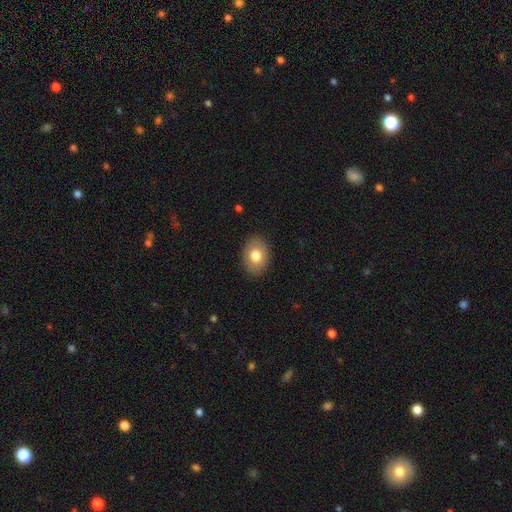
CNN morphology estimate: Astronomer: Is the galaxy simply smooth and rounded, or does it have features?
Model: smooth — 77%.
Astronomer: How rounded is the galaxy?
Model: in between — 72%.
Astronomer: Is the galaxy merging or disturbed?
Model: none — 88%.